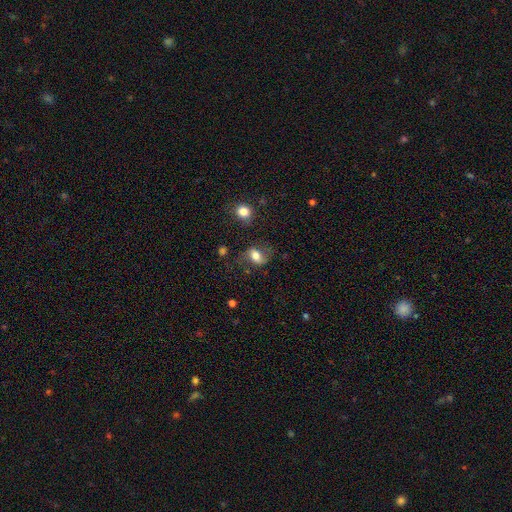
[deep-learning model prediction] smooth 54%, featured or disk 36%, star or artifact 10%. Down the decision tree: how rounded — in between (73%); merging — none (62%).